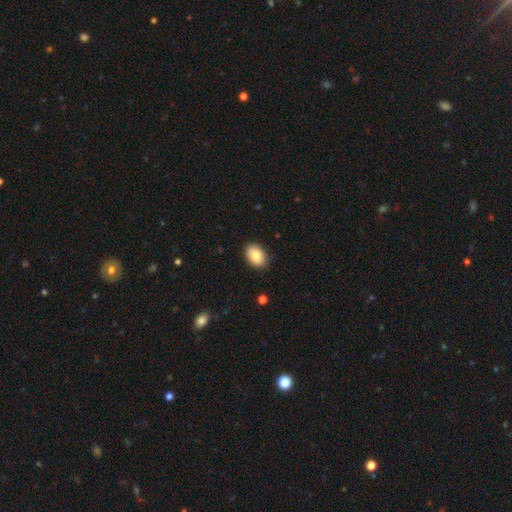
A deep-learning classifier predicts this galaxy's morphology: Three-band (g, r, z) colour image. It shows a smooth galaxy with no disk features (84%) that is in between round and cigar-shaped (81%). Merging: none (88%).